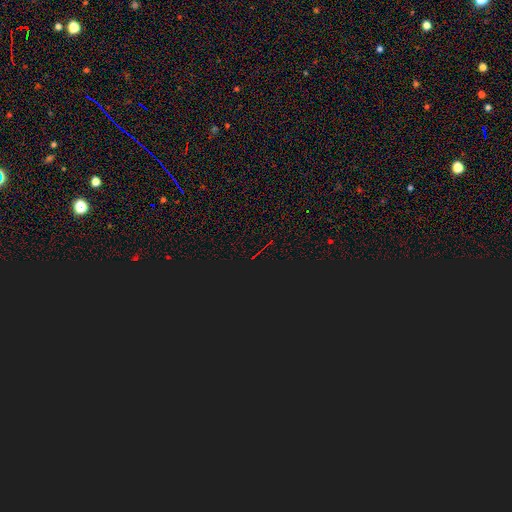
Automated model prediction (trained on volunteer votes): The model was most divided on "smooth or featured": star or artifact: 82%, smooth: 10%, featured or disk: 8%.